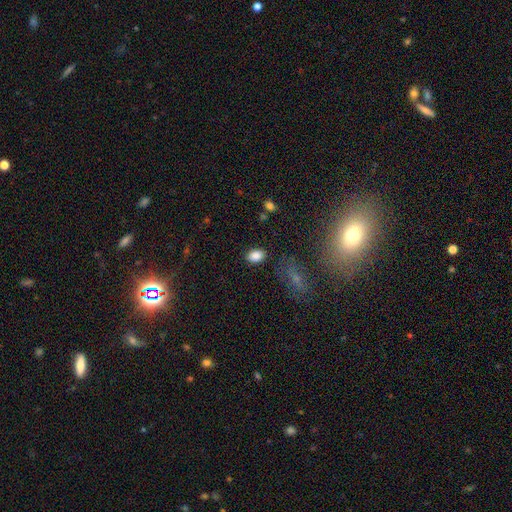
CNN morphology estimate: Smooth or featured: smooth — 85% (star or artifact — 9%)
How rounded: in between — 83% (round — 15%)
Merging: none — 84% (minor disturbance — 11%)